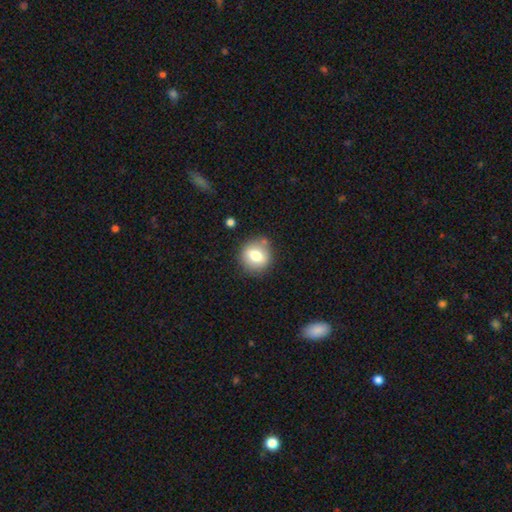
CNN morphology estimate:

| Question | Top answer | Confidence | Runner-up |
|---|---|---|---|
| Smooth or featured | smooth | 72% | featured or disk (19%) |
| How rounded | round | 83% | in between (16%) |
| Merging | none | 81% | minor disturbance (12%) |